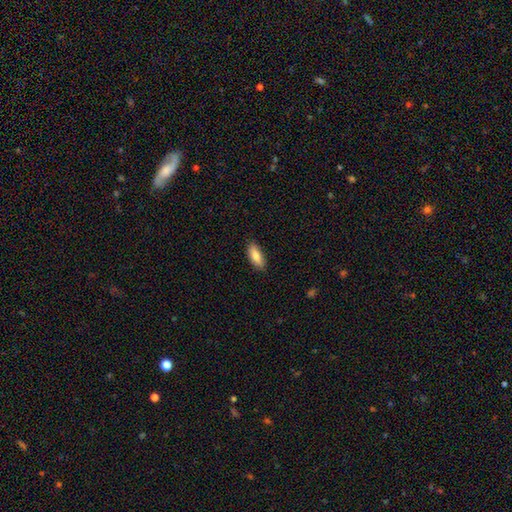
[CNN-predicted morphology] This is clearly a smooth galaxy (82%). How rounded: likely in between (77%). Merging: clearly none (87%).